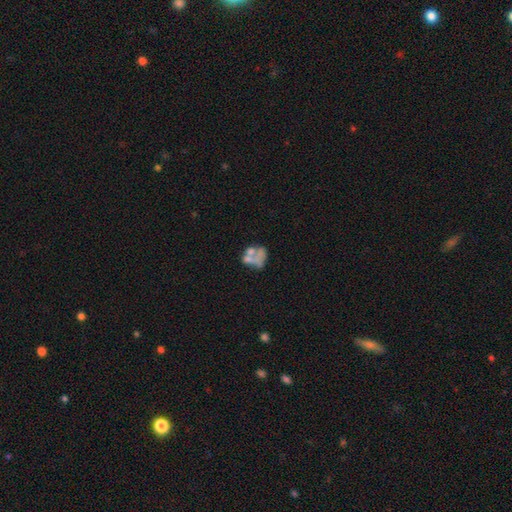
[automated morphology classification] This appears to be a featured or disk galaxy (48%). Merging: merger (34%).